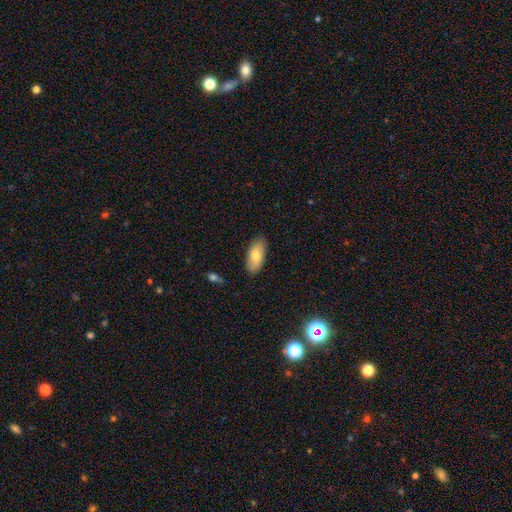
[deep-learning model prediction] Smooth or featured? smooth (76%)
How rounded? in between (90%)
Merging? none (85%)